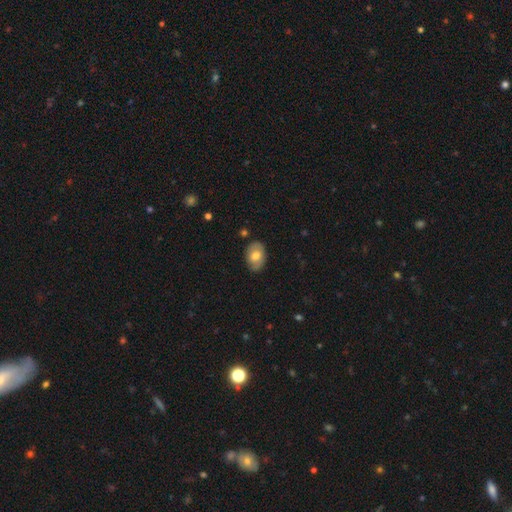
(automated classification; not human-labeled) Morphology: type=smooth (62%); roundness=in between (83%); merging=none (78%).